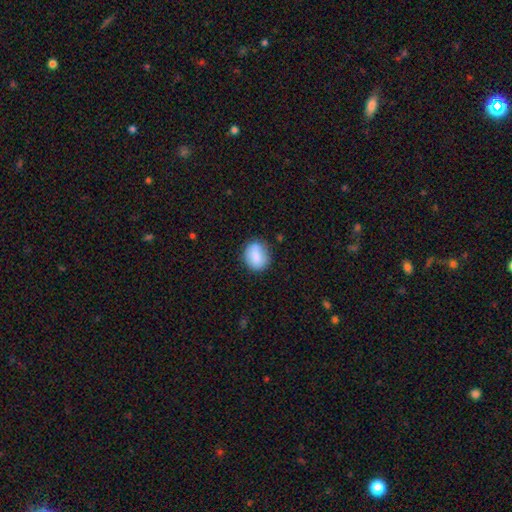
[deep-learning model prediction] Q: Smooth or featured?
A: smooth (82%); runner-up: featured or disk (10%)
Q: How rounded?
A: round (59%); runner-up: in between (40%)
Q: Merging?
A: none (74%); runner-up: minor disturbance (19%)